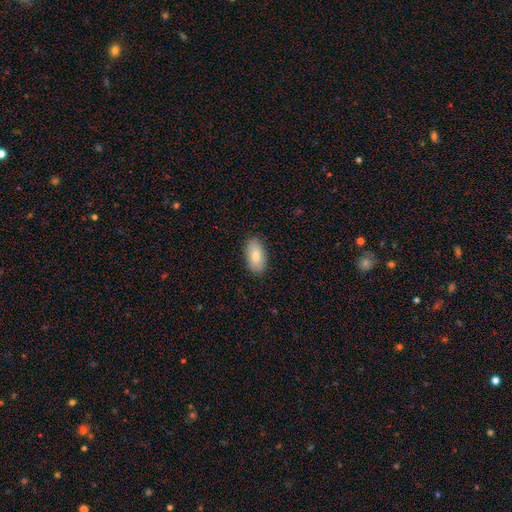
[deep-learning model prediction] A smooth galaxy with no disk features (82%) that is in between round and cigar-shaped (94%). Merging: none (88%).